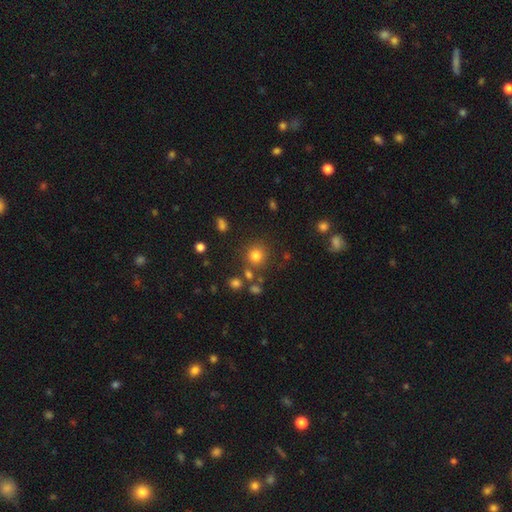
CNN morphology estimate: Smooth or featured? Predicted: smooth (p=0.78). How rounded? Predicted: round (p=0.91). Merging? Predicted: none (p=0.80).